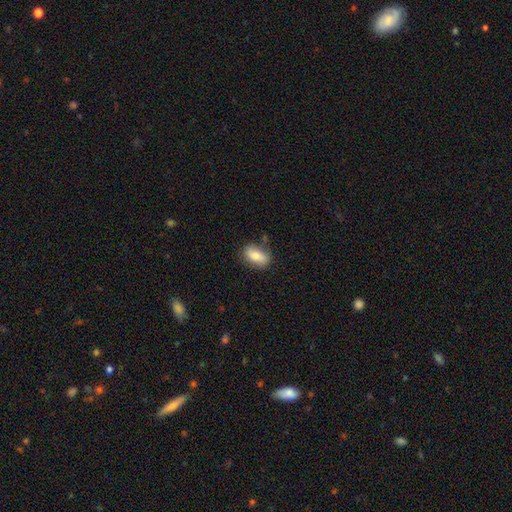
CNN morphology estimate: Overall: smooth (76%). How rounded: in between (88%). Merging: none (74%).